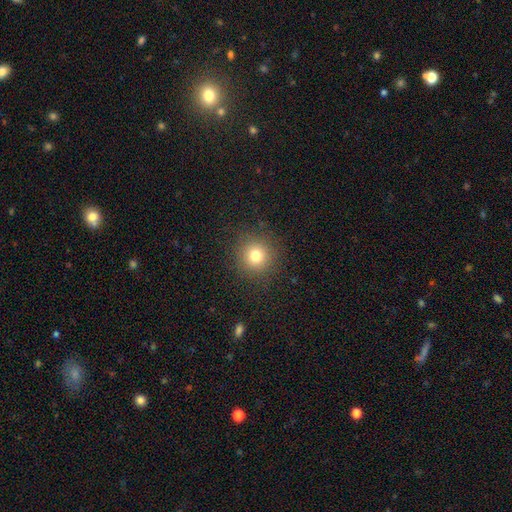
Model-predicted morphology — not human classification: Smooth or featured?
  - smooth: 77% *
  - star or artifact: 14%
  - featured or disk: 8%
How rounded?
  - round: 93% *
  - in between: 6%
  - cigar-shaped: 1%
Merging?
  - none: 89% *
  - minor disturbance: 7%
  - major disturbance: 3%
  - merger: 1%